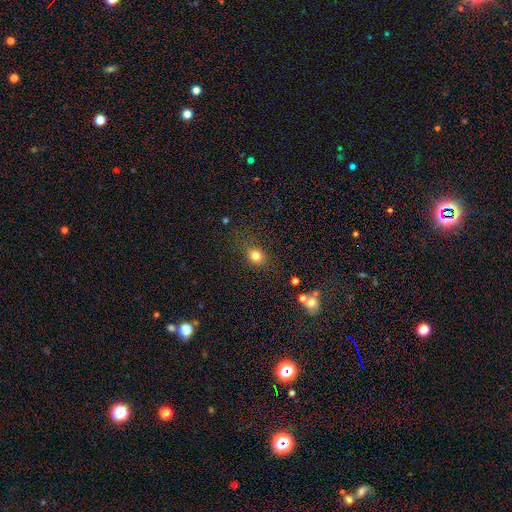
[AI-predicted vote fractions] Smooth or featured: smooth — 79% (star or artifact — 14%)
How rounded: round — 70% (in between — 29%)
Merging: none — 78% (minor disturbance — 14%)